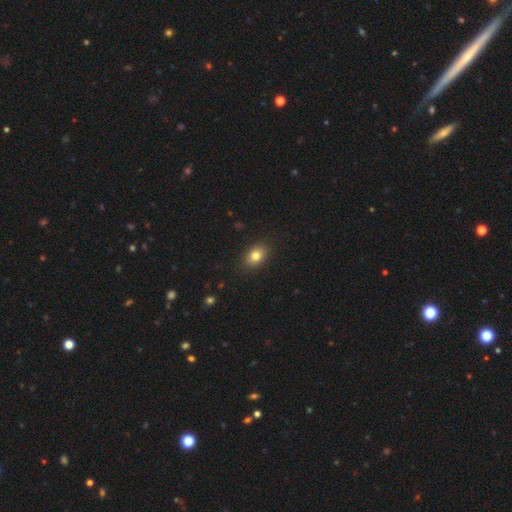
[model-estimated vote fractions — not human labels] This is clearly a smooth galaxy (81%). How rounded: likely in between (73%). Merging: clearly none (87%).